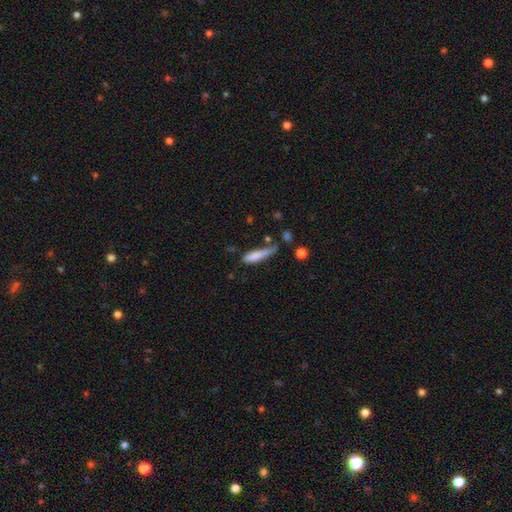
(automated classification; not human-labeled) Smooth or featured? smooth (74%)
How rounded? cigar-shaped (78%)
Merging? none (44%)